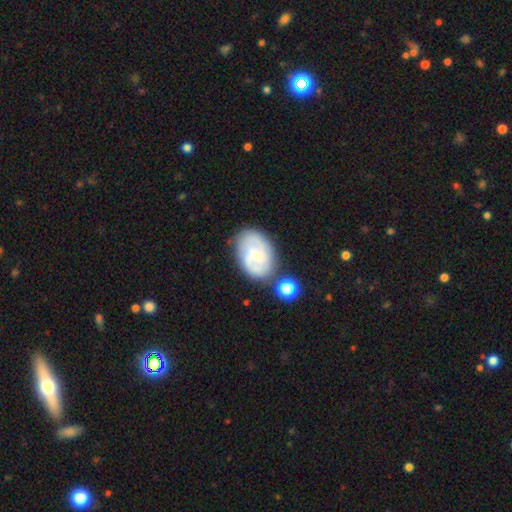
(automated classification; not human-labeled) A featured or disk galaxy (67%) with no bar (64%), 2 (48%) tight (50%) spiral arms (88%) and a small central bulge (73%). Merging: none (69%).